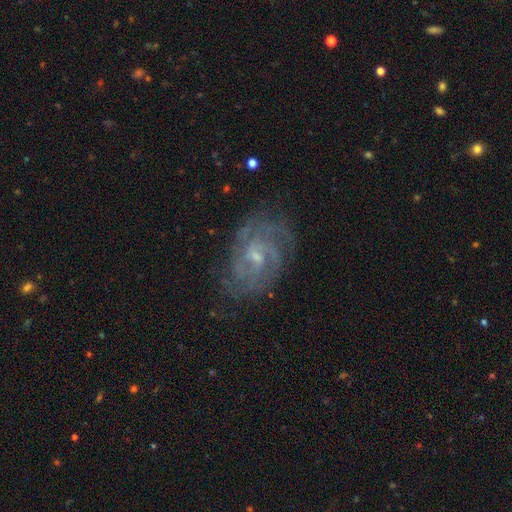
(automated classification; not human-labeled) featured or disk 77%, star or artifact 13%, smooth 10%. Down the decision tree: edge-on disk — no (96%); bar — weak (46%); spiral arms — yes (95%); spiral arm count — can't tell (34%); spiral winding — tight (60%); bulge size — small (57%); merging — none (79%).